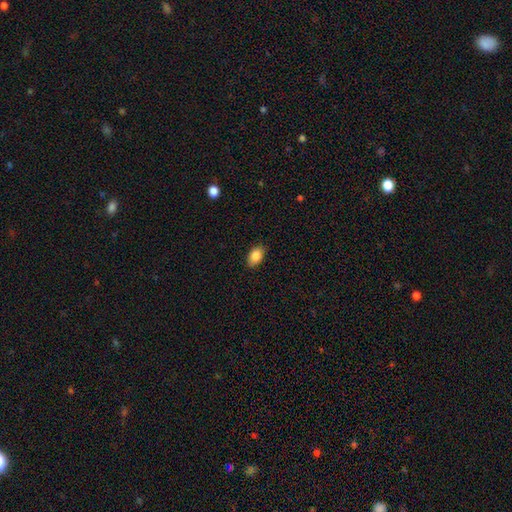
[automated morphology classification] type=smooth (86%); roundness=in between (89%); merging=none (86%).